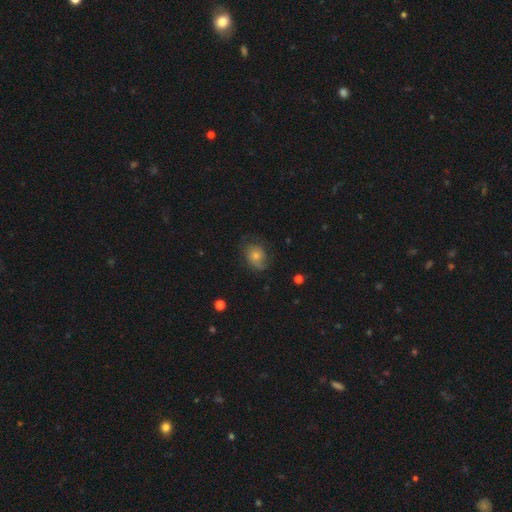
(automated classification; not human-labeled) Smooth or featured? Predicted: smooth (p=0.45). Merging? Predicted: none (p=0.66).